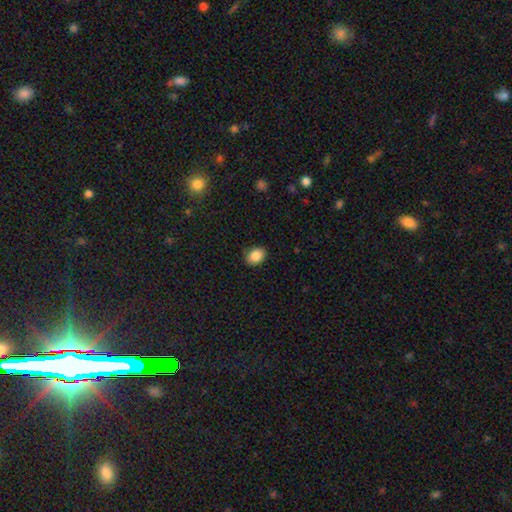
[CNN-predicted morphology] Smooth or featured?
  - smooth: 86% *
  - star or artifact: 9%
  - featured or disk: 5%
How rounded?
  - in between: 61% *
  - round: 38%
  - cigar-shaped: 1%
Merging?
  - none: 85% *
  - minor disturbance: 12%
  - major disturbance: 2%
  - merger: 1%